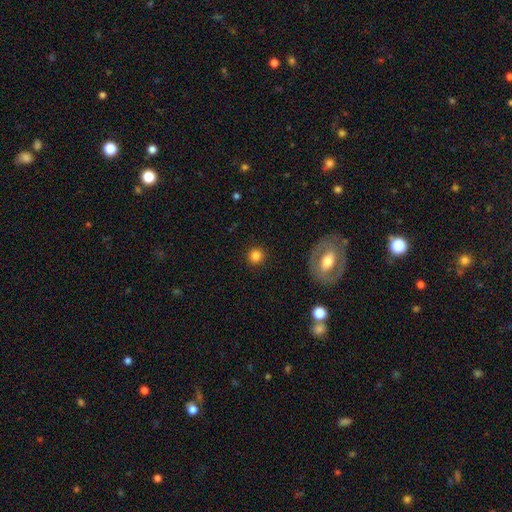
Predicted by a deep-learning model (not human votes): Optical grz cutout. It shows a smooth galaxy with no disk features (83%) that is round (93%). Merging: none (91%).